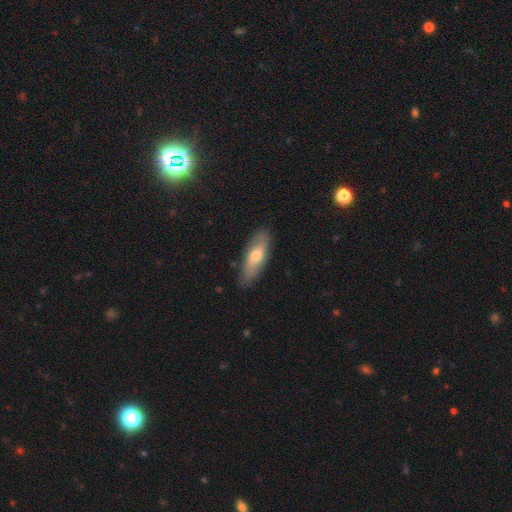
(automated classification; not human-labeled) This is possibly a smooth galaxy (53%). How rounded: possibly in between (58%). Merging: clearly none (84%).